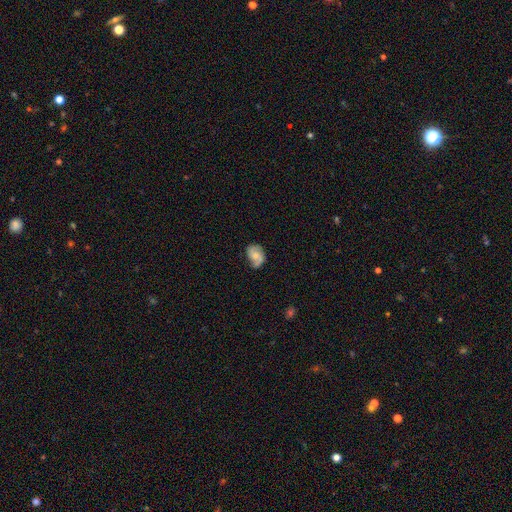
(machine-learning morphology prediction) Smooth or featured? featured or disk (55%)
Edge-on disk? no (97%)
Bar? no (64%)
Spiral arms? yes (88%)
Bulge size? moderate (44%)
Merging? none (56%)